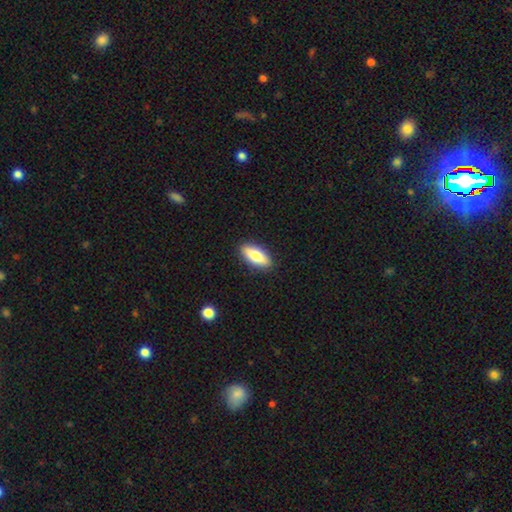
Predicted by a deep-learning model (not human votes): This appears to be a smooth galaxy with no disk features (73%) that is in between round and cigar-shaped (78%). Merging: none (89%).